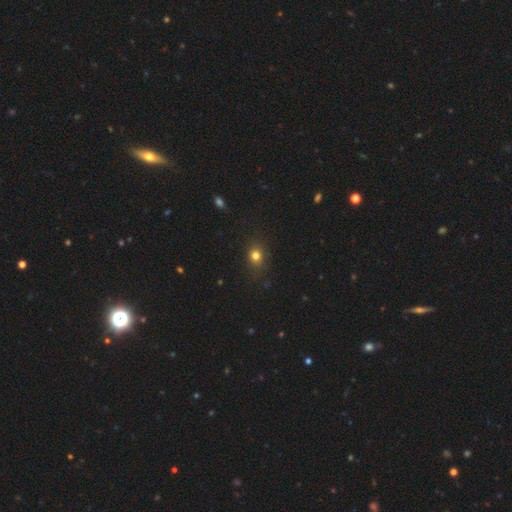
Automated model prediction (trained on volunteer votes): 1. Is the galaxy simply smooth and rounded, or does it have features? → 78% smooth, 15% star or artifact, 7% featured or disk.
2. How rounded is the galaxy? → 67% round, 31% in between, 1% cigar-shaped.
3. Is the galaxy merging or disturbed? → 82% none, 12% minor disturbance, 4% major disturbance, 1% merger.